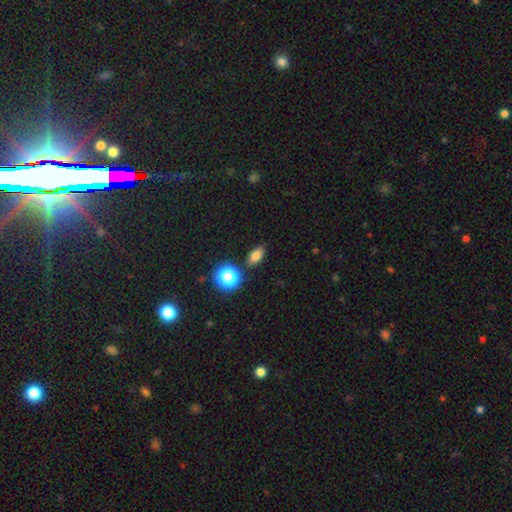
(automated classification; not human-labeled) smooth_or_featured: smooth (p=0.75) [alt: star or artifact p=0.16]
how_rounded: in between (p=0.81) [alt: round p=0.13]
merging: none (p=0.84) [alt: minor disturbance p=0.10]